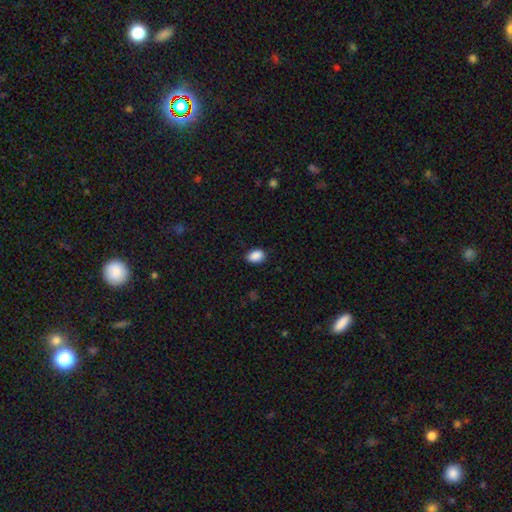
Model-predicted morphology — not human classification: This is clearly a smooth galaxy (90%). How rounded: clearly in between (82%). Merging: clearly none (86%).